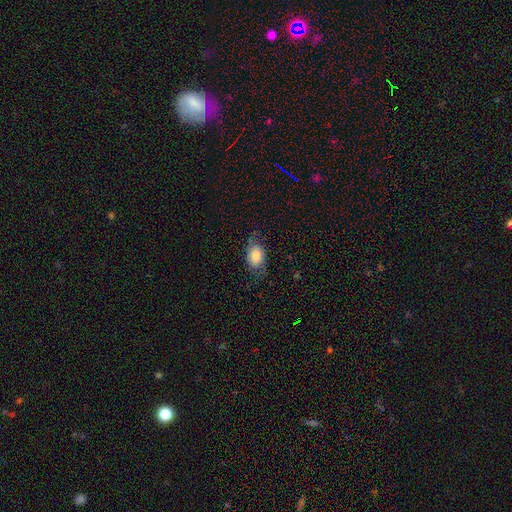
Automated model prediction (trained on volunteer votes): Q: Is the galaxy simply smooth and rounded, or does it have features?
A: smooth — 64%.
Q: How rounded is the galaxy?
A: in between — 79%.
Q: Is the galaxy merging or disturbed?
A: none — 66%.